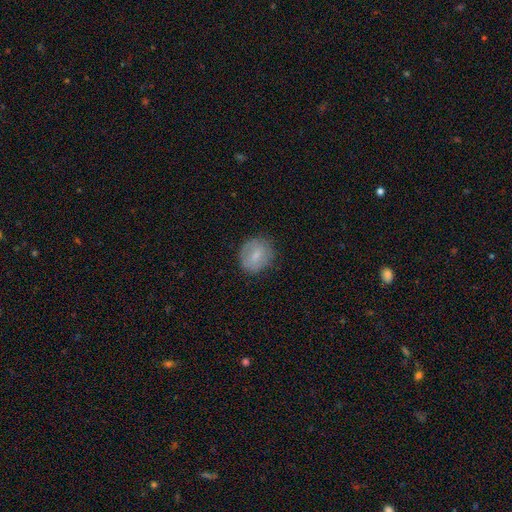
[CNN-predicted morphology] A smooth galaxy with no disk features (67%) that is round (70%).

Vote fractions:
- Smooth or featured? smooth: 67% / featured or disk: 25% / star or artifact: 8%
- How rounded? round: 70% / in between: 29% / cigar-shaped: 1%
- Merging? none: 76% / minor disturbance: 17% / major disturbance: 6% / merger: 1%